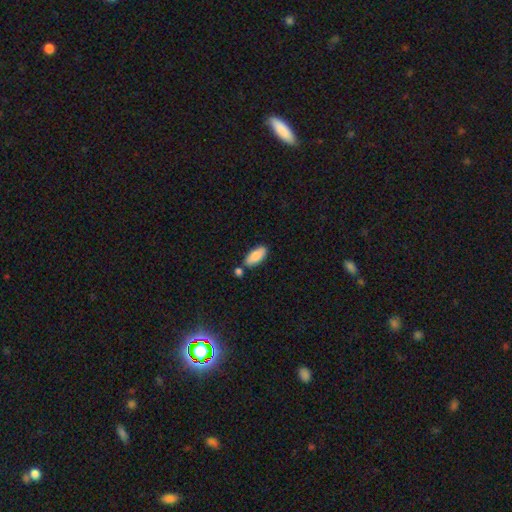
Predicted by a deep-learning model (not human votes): Overall: smooth (82%). How rounded: in between (86%). Merging: none (73%).